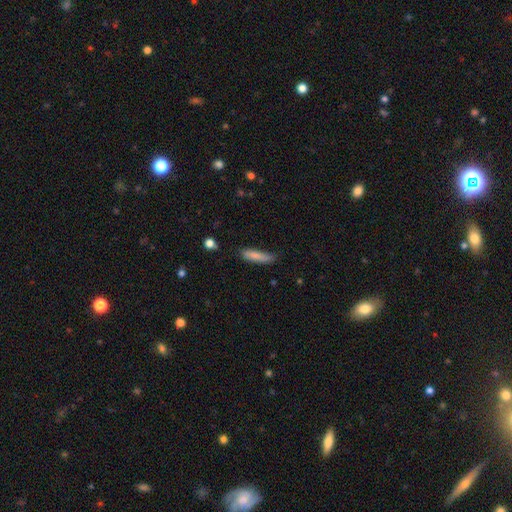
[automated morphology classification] smooth-or-featured: smooth: 82% | featured or disk: 12% | star or artifact: 6%
  how-rounded: cigar-shaped: 75% | in between: 23% | round: 2%
  merging: none: 70% | minor disturbance: 24% | major disturbance: 4% | merger: 2%